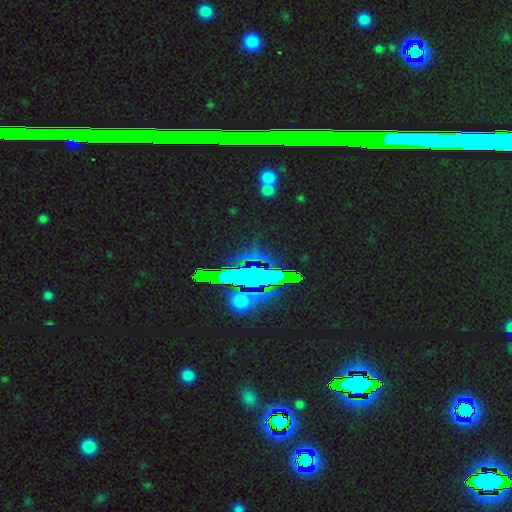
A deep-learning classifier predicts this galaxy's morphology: Smooth or featured: star or artifact — 83% (featured or disk — 9%)